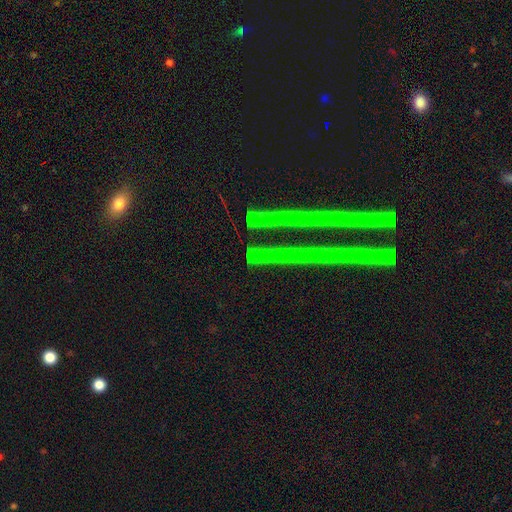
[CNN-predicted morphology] Smooth or featured? Predicted: star or artifact (p=0.79).